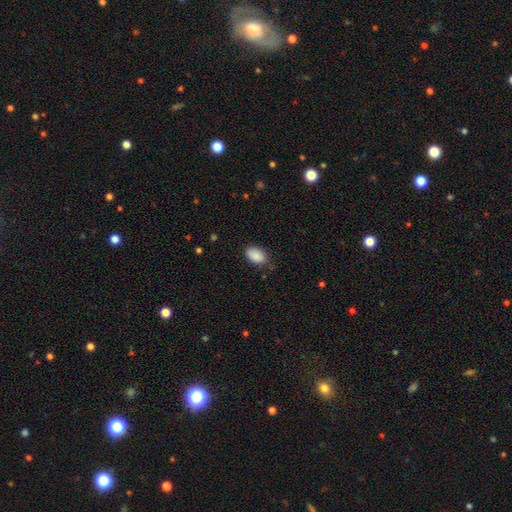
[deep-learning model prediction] Morphology: type=smooth (89%); roundness=in between (92%); merging=none (75%).